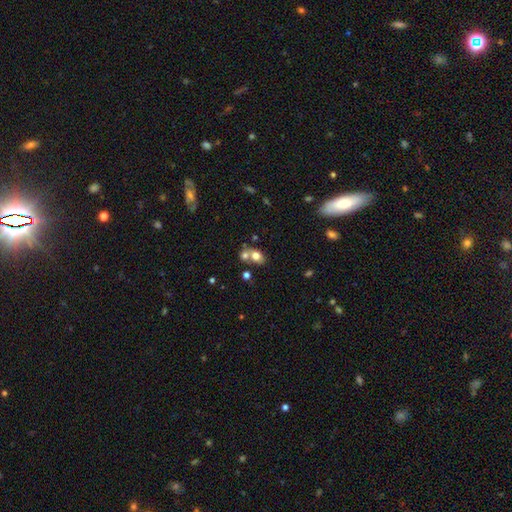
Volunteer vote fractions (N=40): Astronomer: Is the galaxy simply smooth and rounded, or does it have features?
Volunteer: smooth — 72%.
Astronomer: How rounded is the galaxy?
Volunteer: in between — 52% (runner-up: round, 48%).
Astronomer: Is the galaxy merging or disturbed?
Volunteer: merger — 70%.